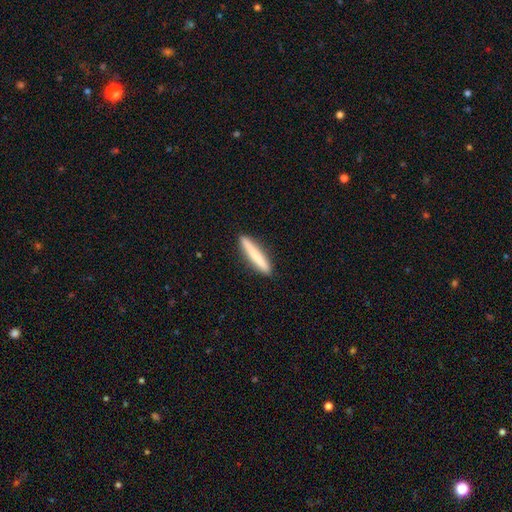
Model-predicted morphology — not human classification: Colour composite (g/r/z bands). It shows a smooth galaxy with no disk features (73%) that is cigar-shaped (94%). Merging: none (91%).